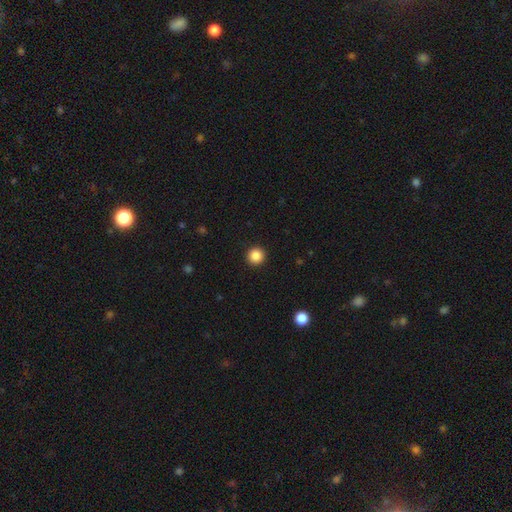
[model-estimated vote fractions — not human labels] Smooth or featured?
  - smooth: 87% *
  - star or artifact: 10%
  - featured or disk: 3%
How rounded?
  - round: 96% *
  - in between: 3%
  - cigar-shaped: 1%
Merging?
  - none: 93% *
  - minor disturbance: 4%
  - major disturbance: 2%
  - merger: 1%